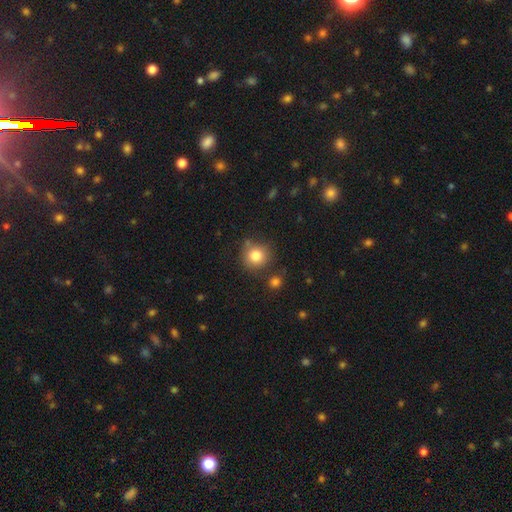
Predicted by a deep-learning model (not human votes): Overall: smooth (81%). How rounded: round (90%). Merging: none (75%).